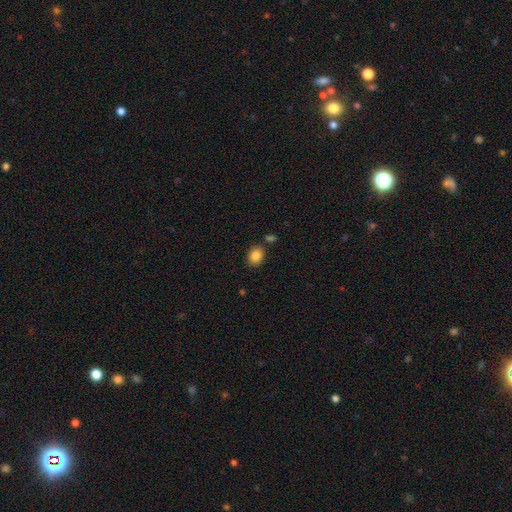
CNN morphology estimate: A smooth galaxy with no disk features (85%) that is round (50%). Merging: none (81%).